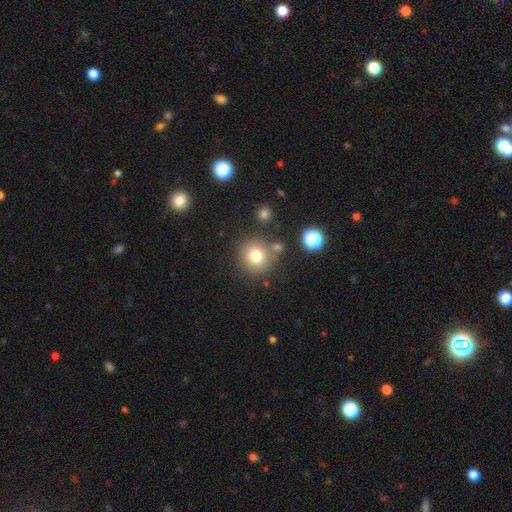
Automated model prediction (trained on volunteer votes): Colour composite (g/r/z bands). It shows a smooth galaxy with no disk features (77%) that is round (92%). Merging: none (78%).